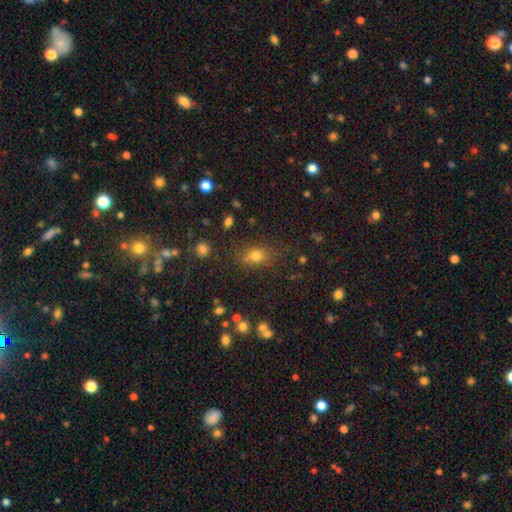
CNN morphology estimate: Q: Smooth or featured?
A: smooth (74%); runner-up: star or artifact (16%)
Q: How rounded?
A: in between (61%); runner-up: round (36%)
Q: Merging?
A: none (75%); runner-up: minor disturbance (15%)